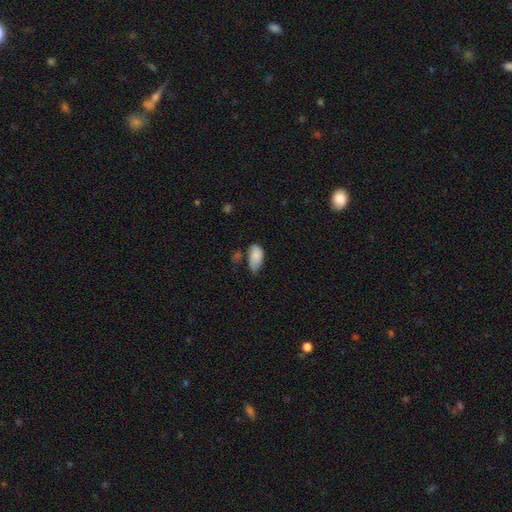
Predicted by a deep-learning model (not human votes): Smooth or featured? smooth (81%)
How rounded? in between (94%)
Merging? minor disturbance (44%)